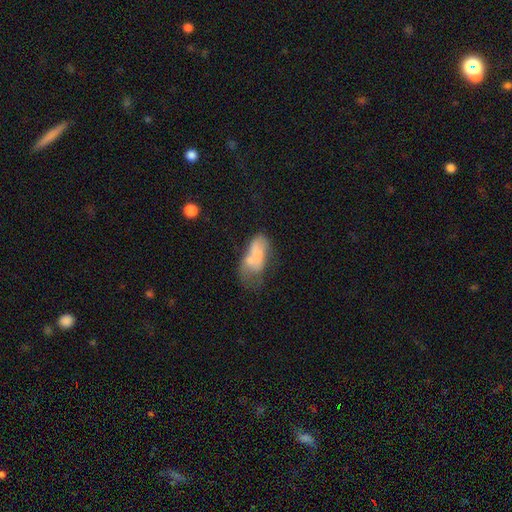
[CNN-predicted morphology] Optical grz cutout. It shows a smooth galaxy with no disk features (56%) that is in between round and cigar-shaped (89%). Merging: merger (29%, tied with major disturbance).